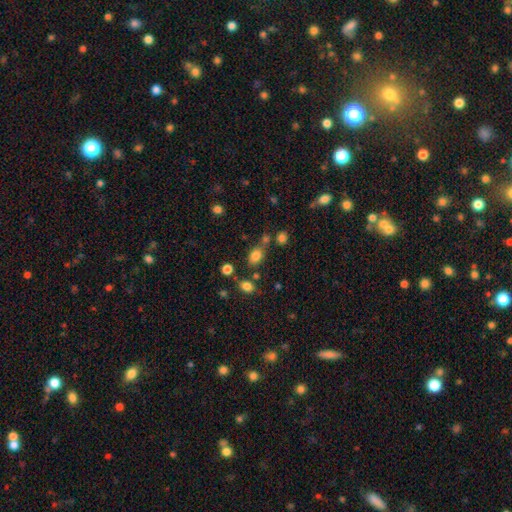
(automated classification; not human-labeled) The model was most divided on "how rounded": in between: 67%, round: 32%, cigar-shaped: 2%. More confident: smooth or featured — smooth (80%); merging — none (65%).